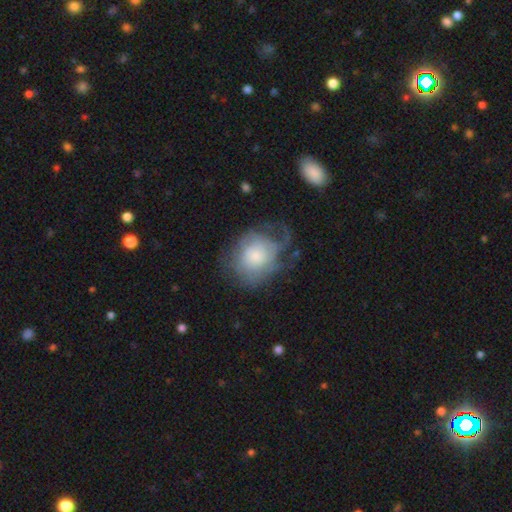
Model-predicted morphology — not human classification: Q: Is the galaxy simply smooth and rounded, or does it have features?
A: smooth — 47%.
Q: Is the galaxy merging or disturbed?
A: major disturbance — 36%, tied with none.